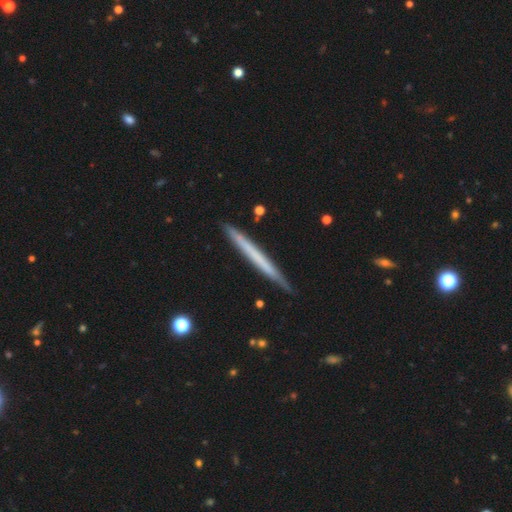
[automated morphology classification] This is possibly a smooth galaxy (49%). Merging: clearly none (89%).